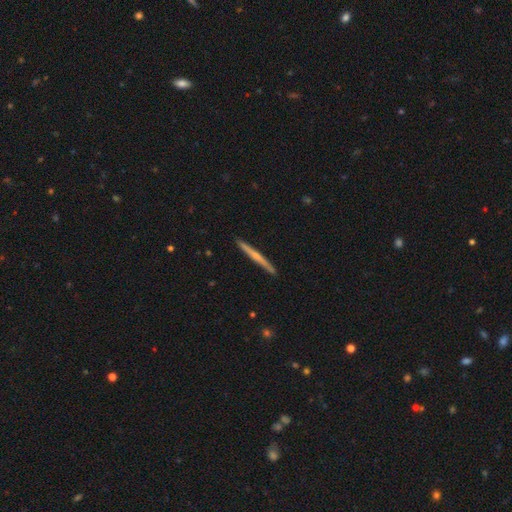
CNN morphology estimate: A featured or disk galaxy (54%) viewed edge-on (98%) with no central bulge (61%). Merging: none (92%).